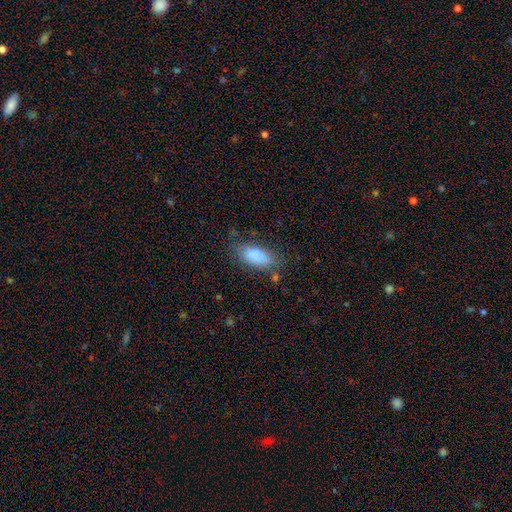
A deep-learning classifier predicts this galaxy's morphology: A smooth galaxy with no disk features (82%) that is in between round and cigar-shaped (88%).

Vote fractions:
- Smooth or featured? smooth: 82% / featured or disk: 9% / star or artifact: 8%
- How rounded? in between: 88% / cigar-shaped: 9% / round: 3%
- Merging? none: 63% / minor disturbance: 24% / major disturbance: 10% / merger: 3%